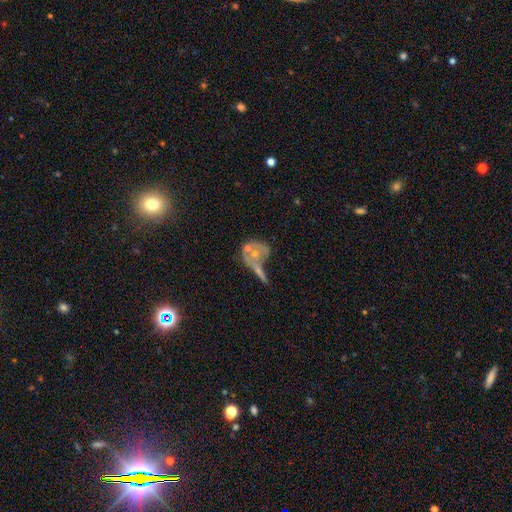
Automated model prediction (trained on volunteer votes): A featured or disk galaxy (48%). Merging: merger (37%).